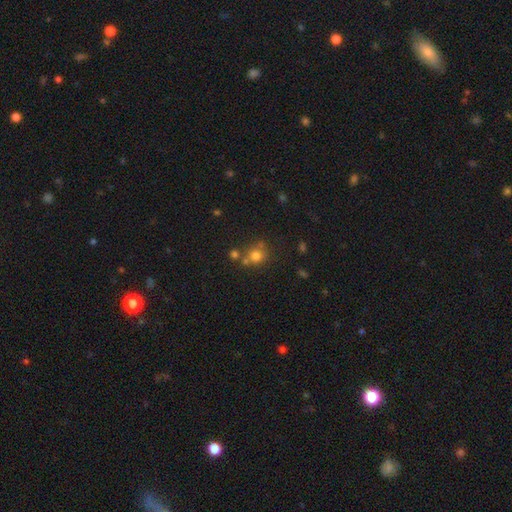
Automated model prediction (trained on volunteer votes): smooth-or-featured: smooth: 74% | star or artifact: 16% | featured or disk: 11%
  how-rounded: round: 86% | in between: 13% | cigar-shaped: 1%
  merging: none: 59% | merger: 25% | minor disturbance: 11% | major disturbance: 5%